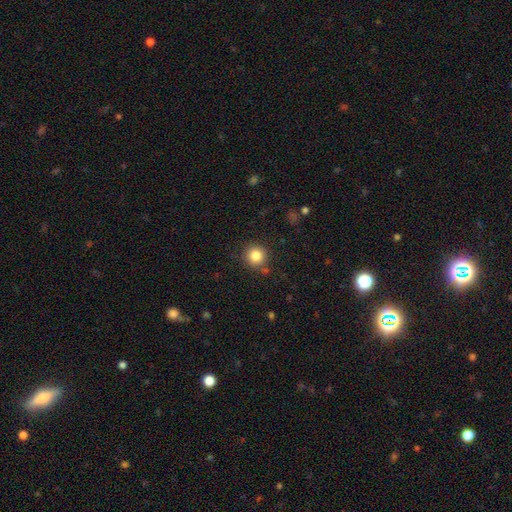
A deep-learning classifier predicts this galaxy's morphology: Smooth or featured?
  - smooth: 84% *
  - star or artifact: 10%
  - featured or disk: 5%
How rounded?
  - round: 94% *
  - in between: 5%
  - cigar-shaped: 1%
Merging?
  - none: 87% *
  - minor disturbance: 8%
  - merger: 3%
  - major disturbance: 3%